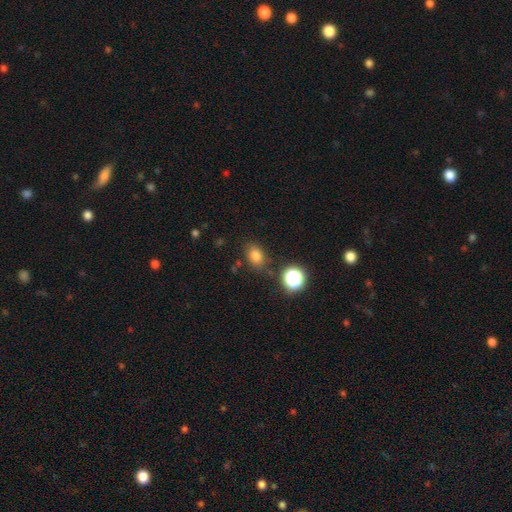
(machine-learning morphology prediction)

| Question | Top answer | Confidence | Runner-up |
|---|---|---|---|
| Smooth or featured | smooth | 78% | star or artifact (15%) |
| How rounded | in between | 69% | round (30%) |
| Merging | none | 78% | minor disturbance (13%) |